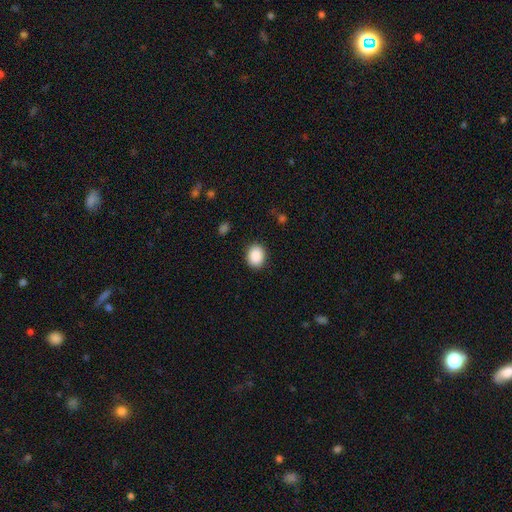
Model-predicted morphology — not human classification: Smooth or featured? Predicted: smooth (p=0.90). How rounded? Predicted: round (p=0.51). Merging? Predicted: none (p=0.89).